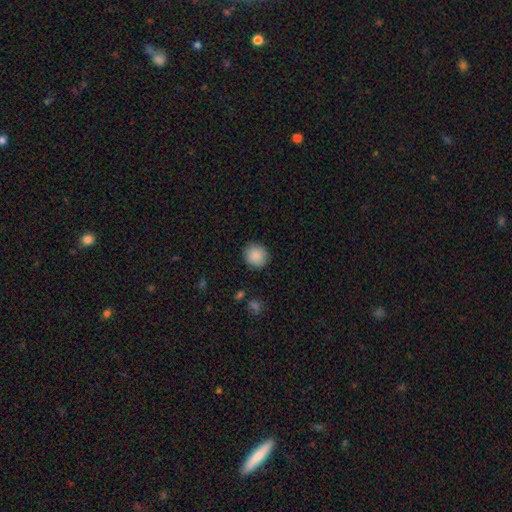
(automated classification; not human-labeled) A smooth galaxy with no disk features (87%) that is round (90%). Merging: none (89%).